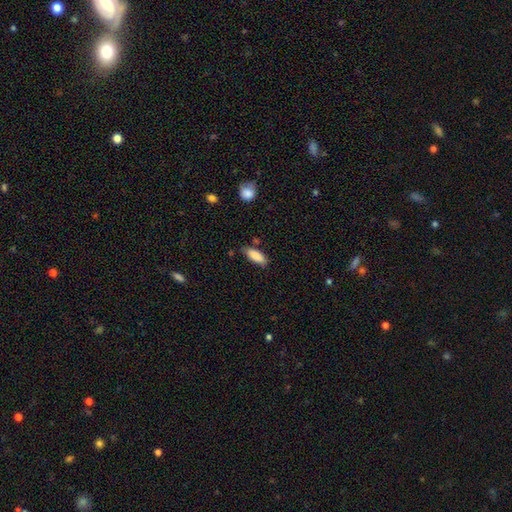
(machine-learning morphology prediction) Q: Smooth or featured?
A: smooth (87%); runner-up: featured or disk (7%)
Q: How rounded?
A: in between (72%); runner-up: cigar-shaped (26%)
Q: Merging?
A: none (74%); runner-up: minor disturbance (19%)